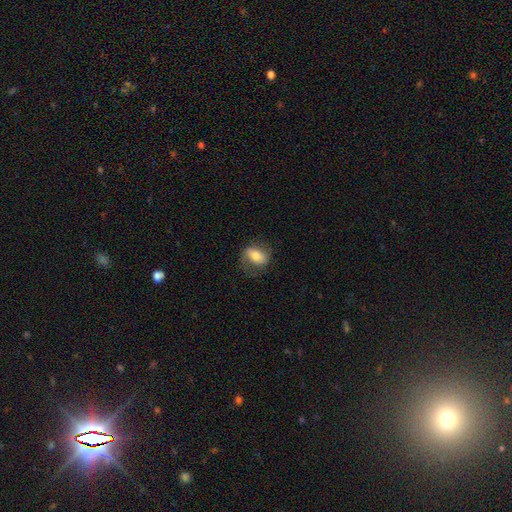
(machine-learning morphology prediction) Smooth or featured? smooth (64%)
How rounded? in between (75%)
Merging? none (63%)